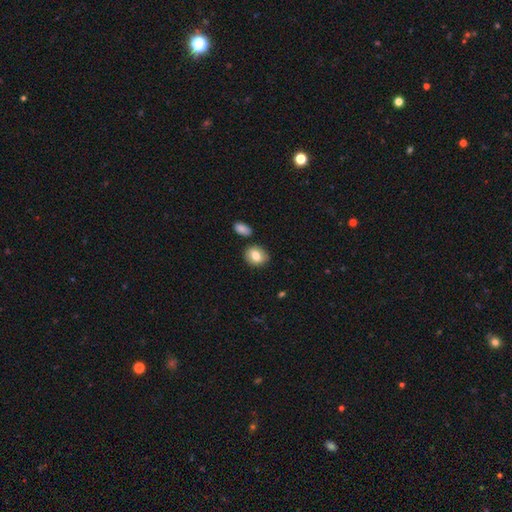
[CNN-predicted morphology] A smooth galaxy with no disk features (79%) that is round (57%).

Vote fractions:
- Smooth or featured? smooth: 79% / featured or disk: 13% / star or artifact: 8%
- How rounded? round: 57% / in between: 42% / cigar-shaped: 1%
- Merging? none: 79% / minor disturbance: 13% / merger: 5% / major disturbance: 3%